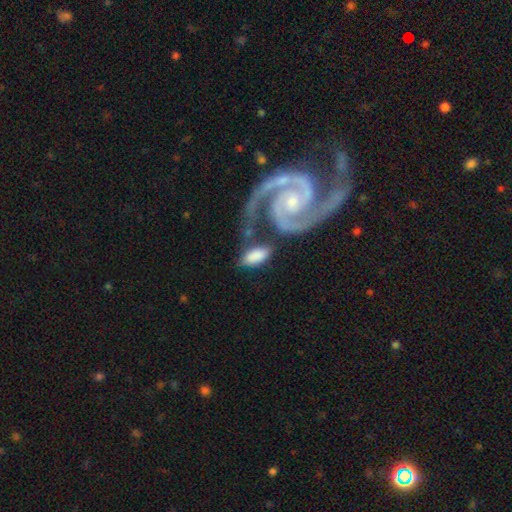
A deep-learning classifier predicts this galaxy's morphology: Smooth or featured? smooth (71%)
How rounded? in between (92%)
Merging? none (47%)